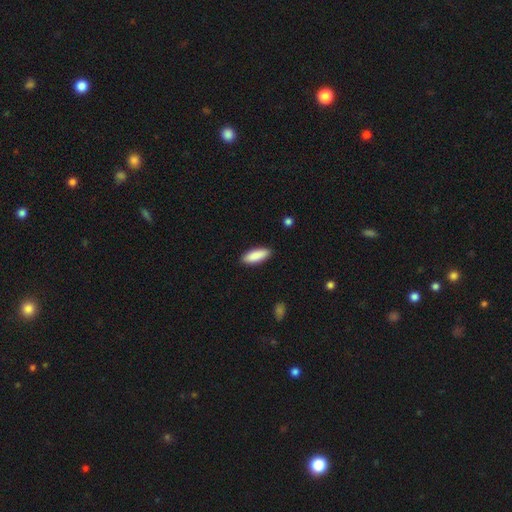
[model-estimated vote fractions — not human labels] smooth_or_featured: smooth (p=0.89) [alt: star or artifact p=0.05]
how_rounded: in between (p=0.68) [alt: cigar-shaped p=0.31]
merging: none (p=0.89) [alt: minor disturbance p=0.08]